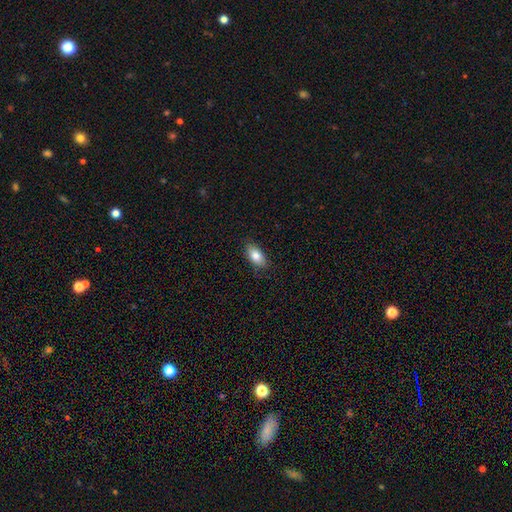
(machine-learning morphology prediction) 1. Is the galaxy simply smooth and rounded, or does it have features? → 81% smooth, 12% featured or disk, 7% star or artifact.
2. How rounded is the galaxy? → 90% in between, 7% cigar-shaped, 3% round.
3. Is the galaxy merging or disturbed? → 84% none, 13% minor disturbance, 2% major disturbance, 1% merger.